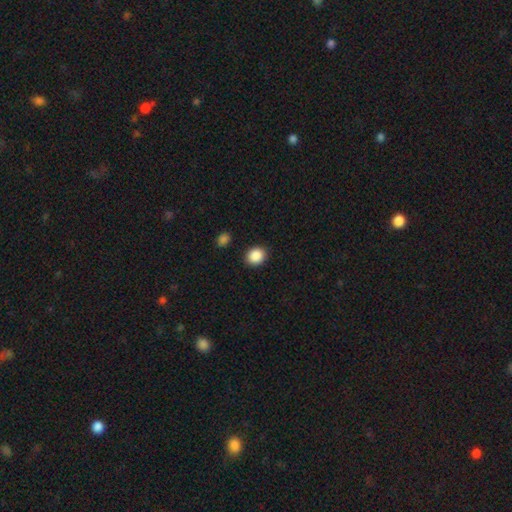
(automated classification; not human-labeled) Morphology: type=smooth (89%); roundness=round (73%); merging=none (89%).